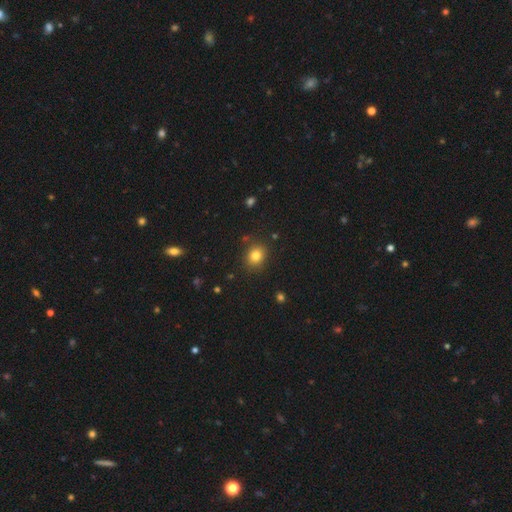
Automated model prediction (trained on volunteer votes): Smooth or featured?
  - smooth: 81% *
  - star or artifact: 13%
  - featured or disk: 7%
How rounded?
  - round: 67% *
  - in between: 32%
  - cigar-shaped: 1%
Merging?
  - none: 86% *
  - minor disturbance: 9%
  - major disturbance: 3%
  - merger: 2%